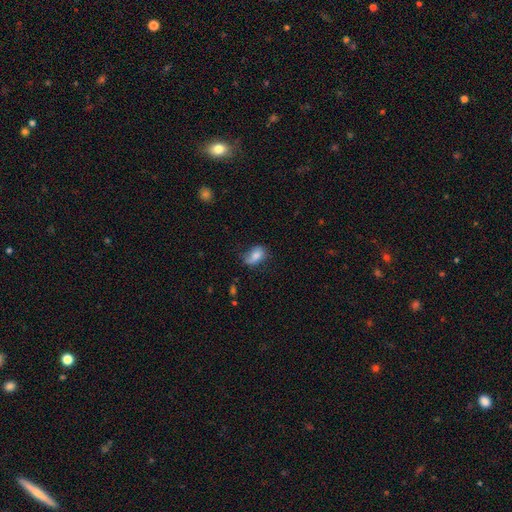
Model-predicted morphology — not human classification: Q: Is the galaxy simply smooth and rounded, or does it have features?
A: smooth — 74%.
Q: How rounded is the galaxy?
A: in between — 88%.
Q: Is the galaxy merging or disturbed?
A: none — 49%.